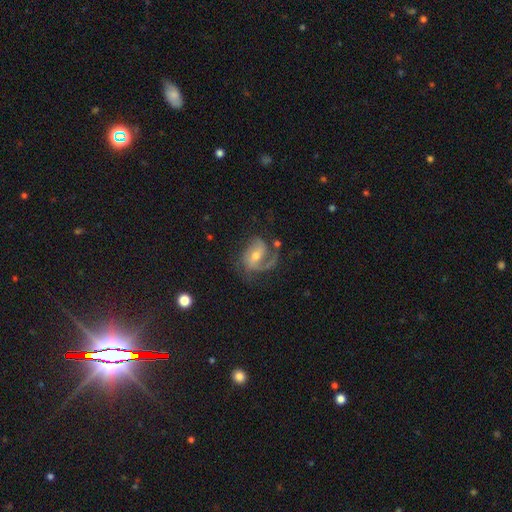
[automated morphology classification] Smooth or featured: featured or disk — 84% (smooth — 10%)
Edge-on disk: no — 97% (yes — 3%)
Bar: weak — 45% (no — 33%)
Spiral arms: yes — 95% (no — 5%)
Spiral winding: medium — 48% (tight — 29%)
Spiral arm count: 2 — 47% (1 — 33%)
Bulge size: moderate — 51% (small — 43%)
Merging: none — 55% (major disturbance — 21%)